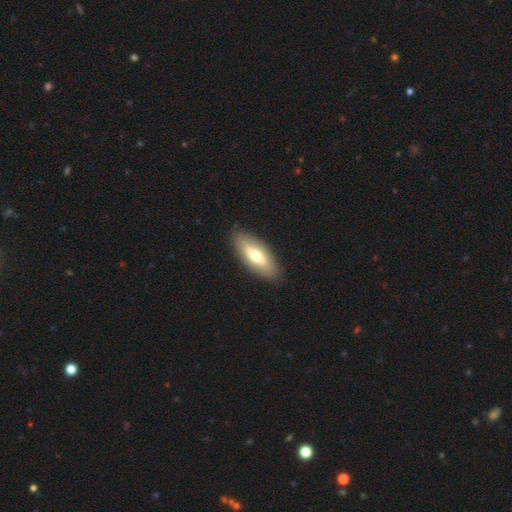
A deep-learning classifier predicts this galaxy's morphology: The model was most divided on "smooth or featured": smooth: 63%, featured or disk: 32%, star or artifact: 6%. More confident: merging — none (87%); how rounded — in between (79%).